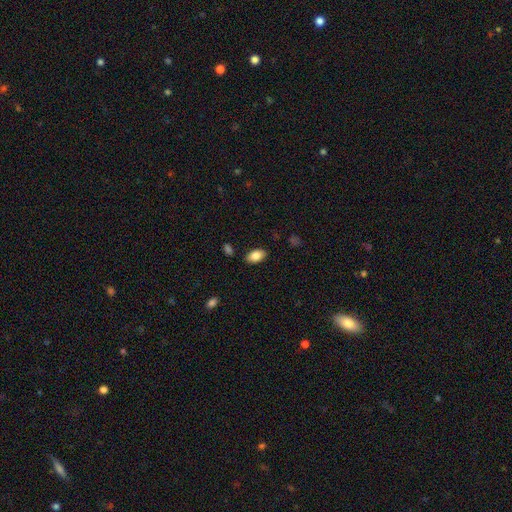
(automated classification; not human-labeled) This appears to be a smooth galaxy with no disk features (84%) that is in between round and cigar-shaped (93%). Merging: none (86%).